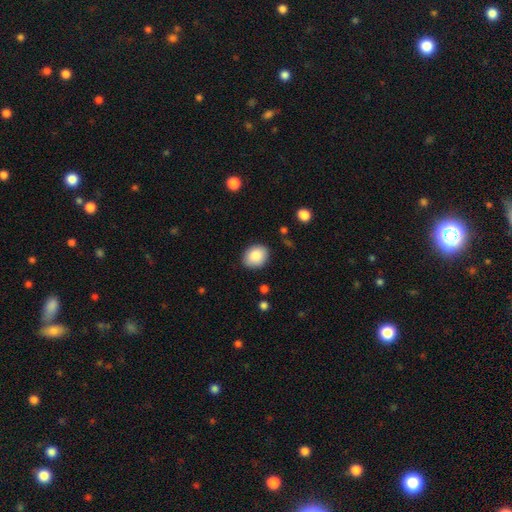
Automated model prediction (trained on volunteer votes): smooth_or_featured: smooth (p=0.87) [alt: star or artifact p=0.07]
how_rounded: in between (p=0.54) [alt: round p=0.45]
merging: none (p=0.86) [alt: minor disturbance p=0.10]